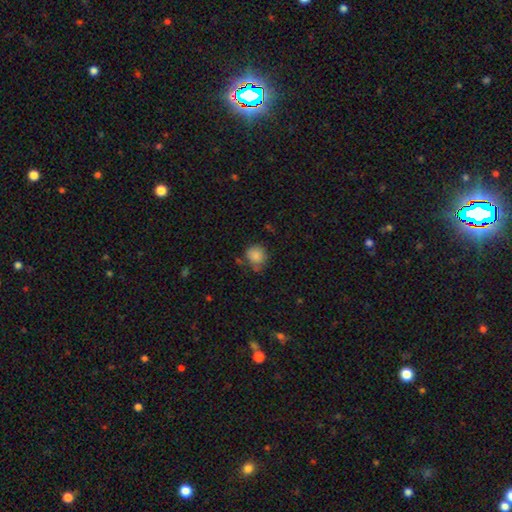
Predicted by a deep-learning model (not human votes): Smooth or featured? Predicted: smooth (p=0.84). How rounded? Predicted: round (p=0.80). Merging? Predicted: none (p=0.59).